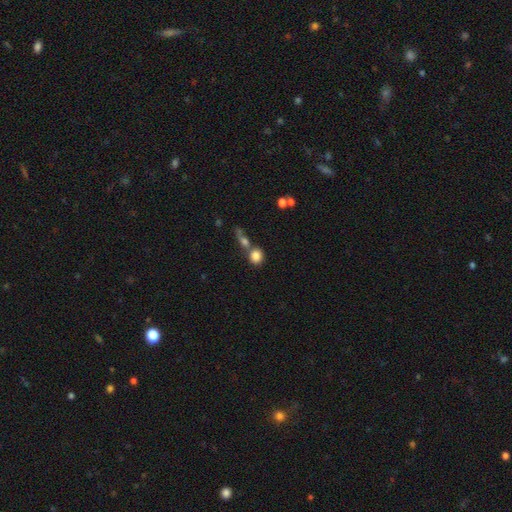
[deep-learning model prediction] This appears to be a smooth galaxy with no disk features (82%) that is round (76%). Merging: none (48%).